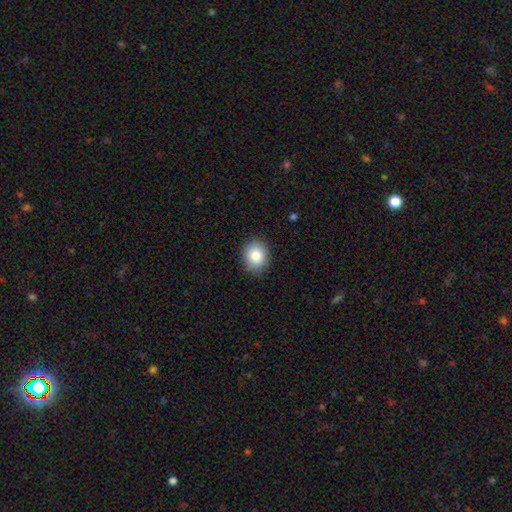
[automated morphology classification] This is clearly a smooth galaxy (84%). How rounded: likely round (62%). Merging: clearly none (88%).